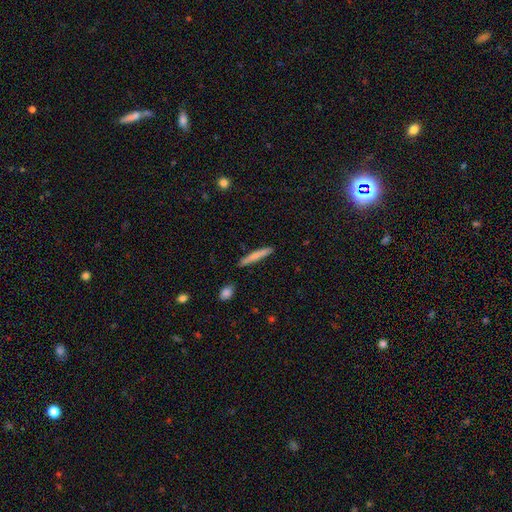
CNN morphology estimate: Smooth or featured? smooth (70%)
How rounded? cigar-shaped (94%)
Merging? none (86%)